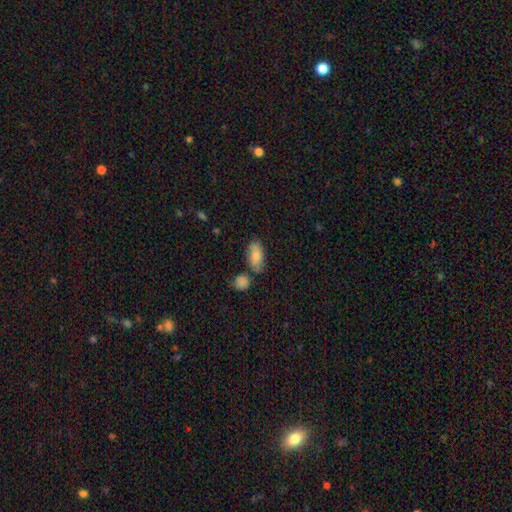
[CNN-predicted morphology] The model was most divided on "merging": none: 66%, minor disturbance: 18%, merger: 11%, major disturbance: 5%. More confident: how rounded — in between (90%); smooth or featured — smooth (81%).